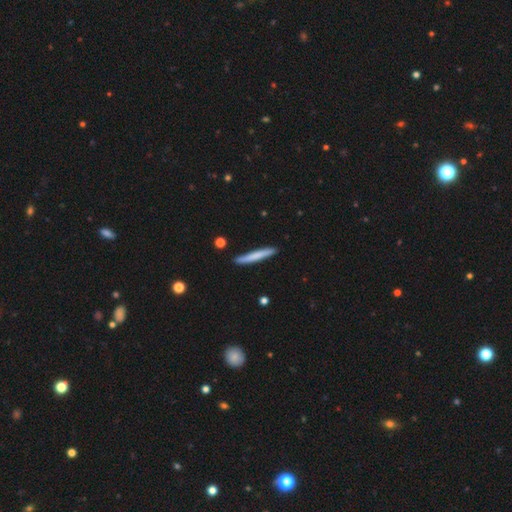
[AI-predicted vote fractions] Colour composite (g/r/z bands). It shows a smooth galaxy with no disk features (69%) that is cigar-shaped (96%). Merging: none (88%).